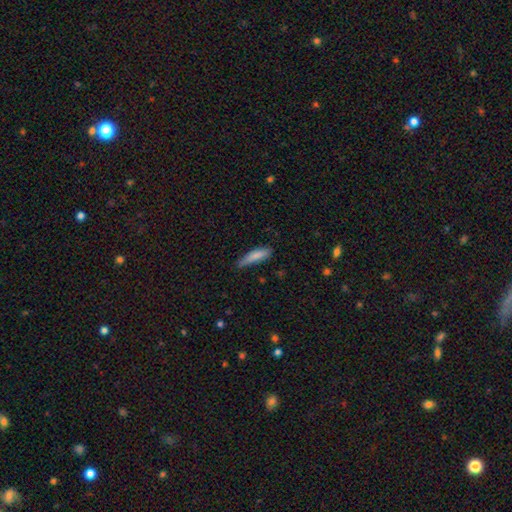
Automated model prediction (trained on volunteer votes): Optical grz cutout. It shows a smooth galaxy with no disk features (81%) that is cigar-shaped (73%). Merging: none (63%).